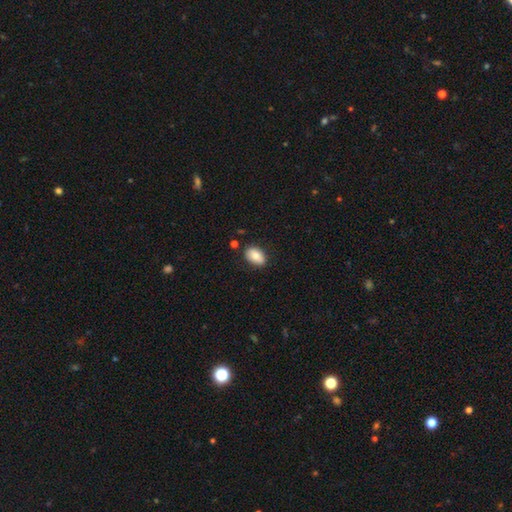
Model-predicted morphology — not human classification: A smooth galaxy with no disk features (79%) that is in between round and cigar-shaped (87%).

Vote fractions:
- Smooth or featured? smooth: 79% / featured or disk: 14% / star or artifact: 7%
- How rounded? in between: 87% / round: 11% / cigar-shaped: 1%
- Merging? none: 82% / minor disturbance: 13% / merger: 3% / major disturbance: 3%